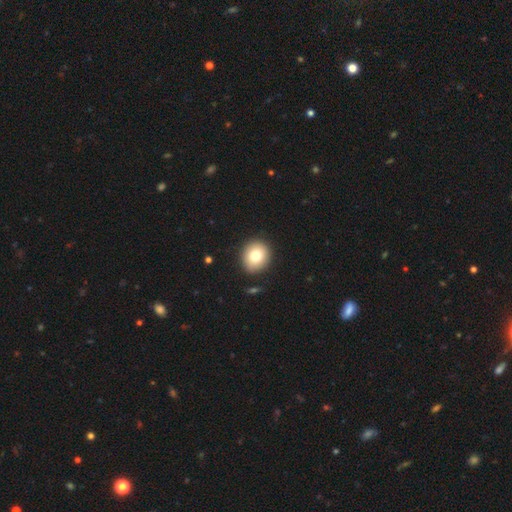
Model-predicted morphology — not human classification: This appears to be a smooth galaxy with no disk features (78%) that is round (78%). Merging: none (89%).